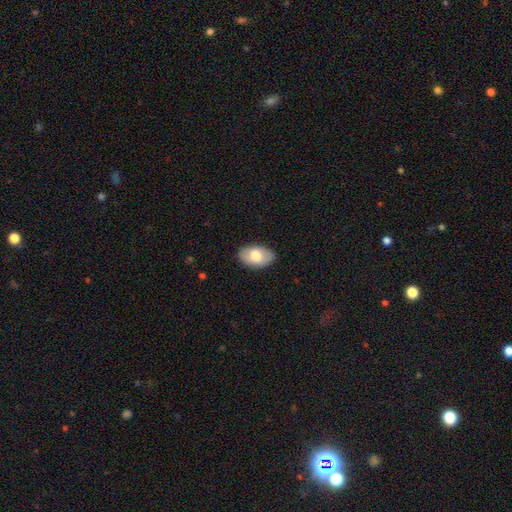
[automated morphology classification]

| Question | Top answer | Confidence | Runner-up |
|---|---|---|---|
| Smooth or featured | smooth | 69% | featured or disk (25%) |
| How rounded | in between | 93% | round (6%) |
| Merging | none | 86% | minor disturbance (11%) |